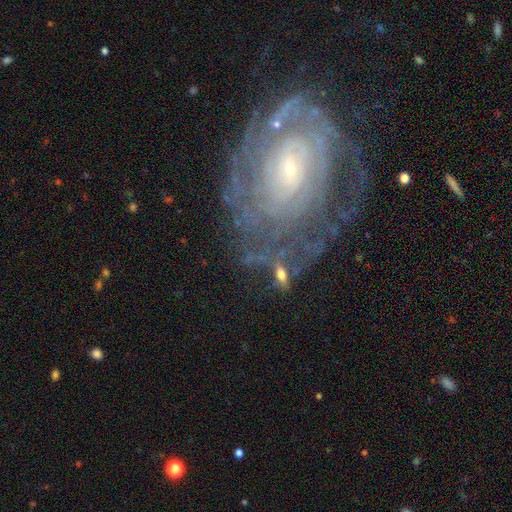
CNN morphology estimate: smooth_or_featured: featured or disk (p=0.82) [alt: smooth p=0.09]
disk_edge_on: no (p=0.96) [alt: yes p=0.04]
bar: no (p=0.54) [alt: weak p=0.34]
has_spiral_arms: yes (p=0.93) [alt: no p=0.07]
spiral_winding: tight (p=0.76) [alt: medium p=0.19]
spiral_arm_count: can't tell (p=0.44) [alt: 2 p=0.14]
bulge_size: small (p=0.80) [alt: moderate p=0.14]
merging: none (p=0.65) [alt: minor disturbance p=0.18]